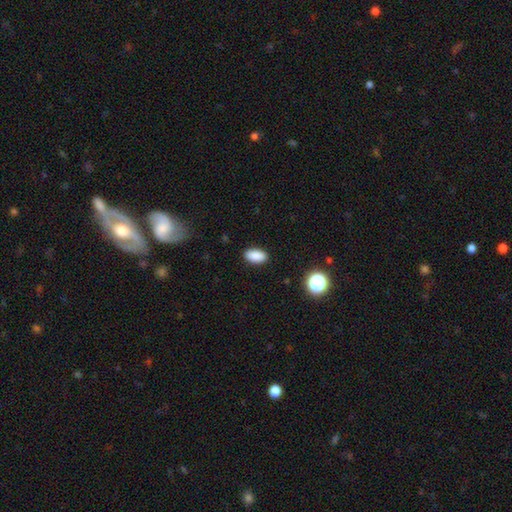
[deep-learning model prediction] A smooth galaxy with no disk features (88%) that is in between round and cigar-shaped (92%). Merging: none (89%).